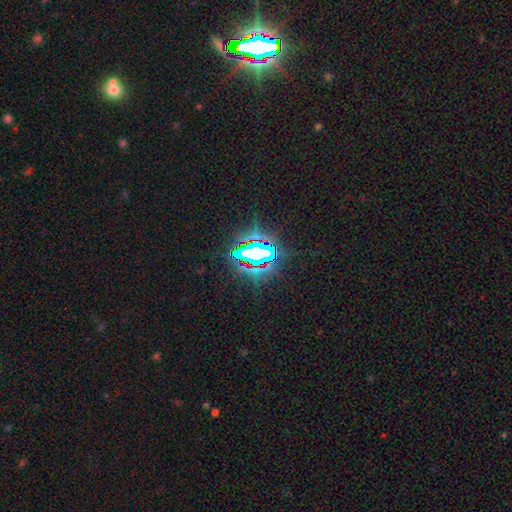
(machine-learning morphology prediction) Overall: star or artifact (74%).